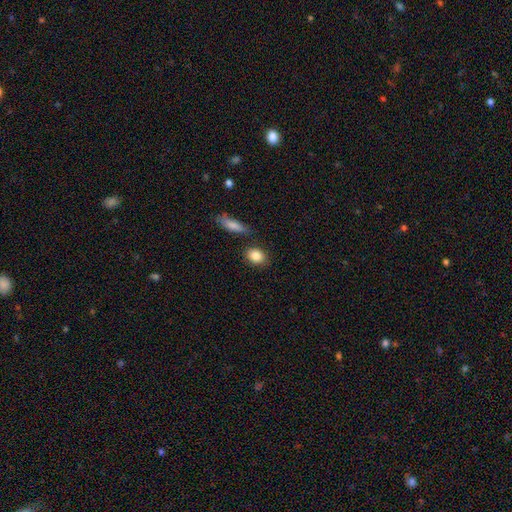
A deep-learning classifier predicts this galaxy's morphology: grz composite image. It shows a smooth galaxy with no disk features (86%) that is in between round and cigar-shaped (62%). Merging: none (79%).